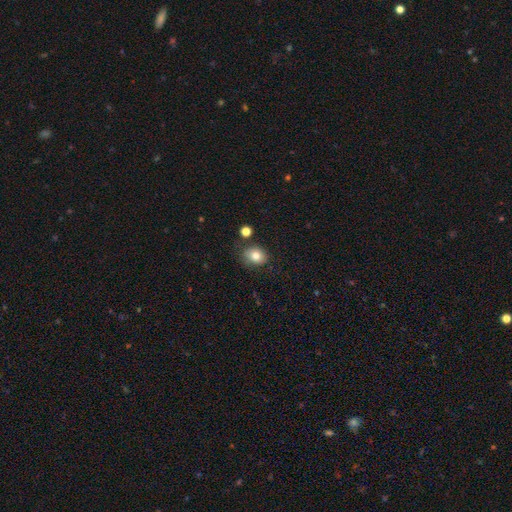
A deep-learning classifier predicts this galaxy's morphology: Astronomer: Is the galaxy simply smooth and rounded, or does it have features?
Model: smooth — 80%.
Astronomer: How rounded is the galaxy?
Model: in between — 50% (runner-up: round, 49%).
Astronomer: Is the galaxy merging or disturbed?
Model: none — 75%.